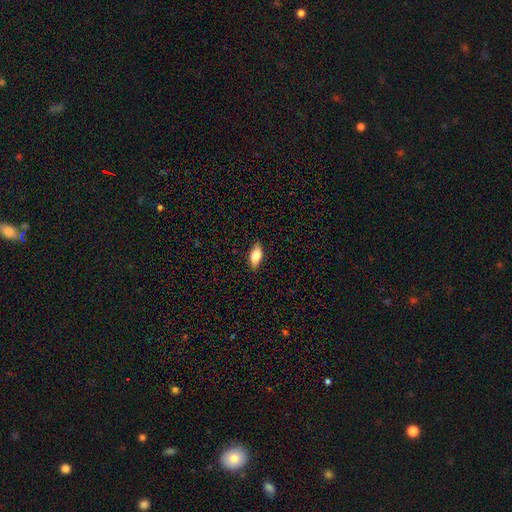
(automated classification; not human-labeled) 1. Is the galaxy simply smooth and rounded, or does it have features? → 73% smooth, 20% featured or disk, 7% star or artifact.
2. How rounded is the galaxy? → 85% in between, 12% cigar-shaped, 3% round.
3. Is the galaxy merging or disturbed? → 85% none, 12% minor disturbance, 2% major disturbance, 1% merger.